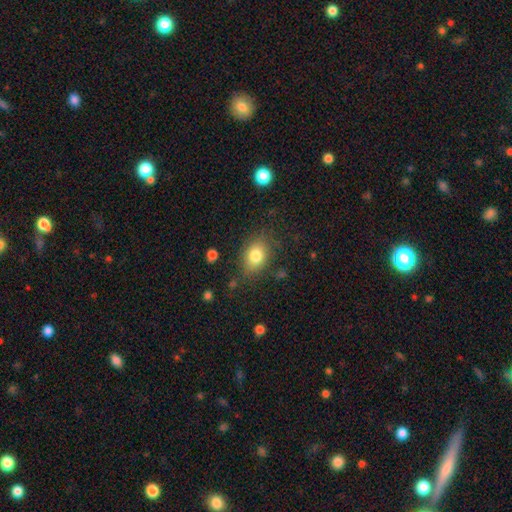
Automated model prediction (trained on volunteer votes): Q: Smooth or featured?
A: smooth (80%); runner-up: featured or disk (10%)
Q: How rounded?
A: in between (69%); runner-up: round (29%)
Q: Merging?
A: none (77%); runner-up: minor disturbance (15%)